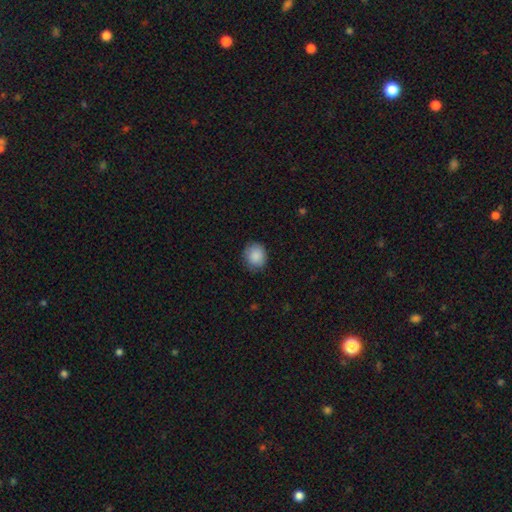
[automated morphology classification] Overall: smooth (88%). How rounded: round (72%). Merging: none (82%).